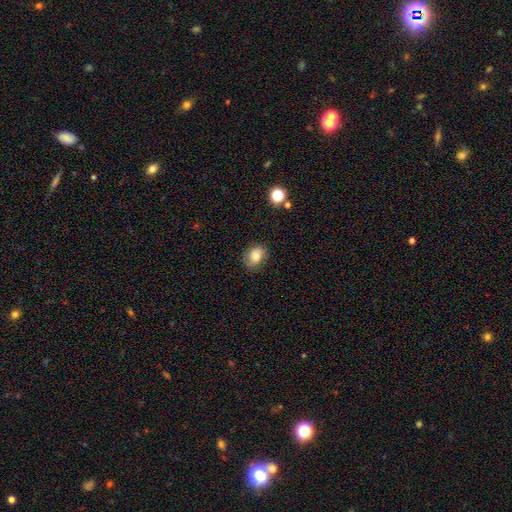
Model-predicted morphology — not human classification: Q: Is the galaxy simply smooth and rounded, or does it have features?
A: smooth — 58%.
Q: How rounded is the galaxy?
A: in between — 57%.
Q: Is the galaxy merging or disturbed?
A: none — 72%.